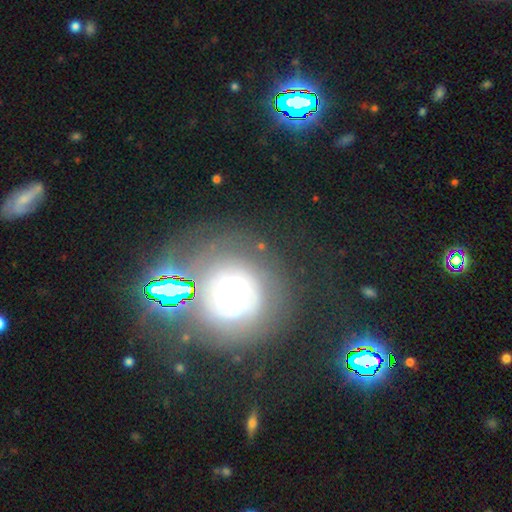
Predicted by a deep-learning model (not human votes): Overall: featured or disk (35%, tied with star or artifact). Merging: none (68%).